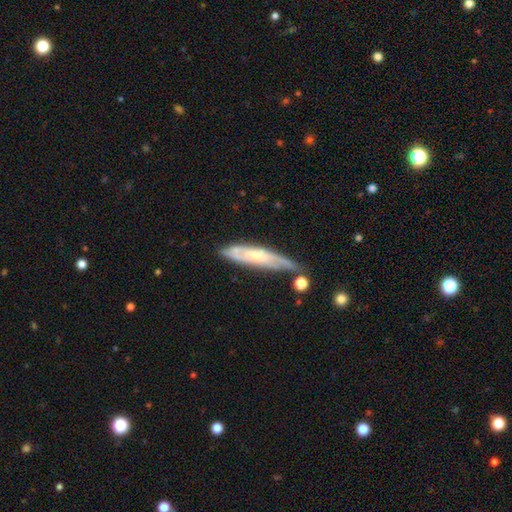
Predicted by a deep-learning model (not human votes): A featured or disk galaxy (60%) viewed edge-on (53%).

Vote fractions:
- Smooth or featured? featured or disk: 60% / smooth: 33% / star or artifact: 6%
- Edge-on disk? yes: 53% / no: 47%
- Merging? none: 56% / minor disturbance: 27% / merger: 8% / major disturbance: 8%